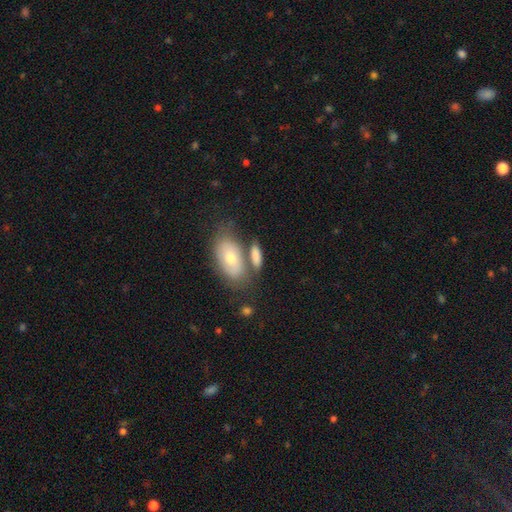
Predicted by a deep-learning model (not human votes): A smooth galaxy with no disk features (74%) that is in between round and cigar-shaped (77%). Merging: none (51%).